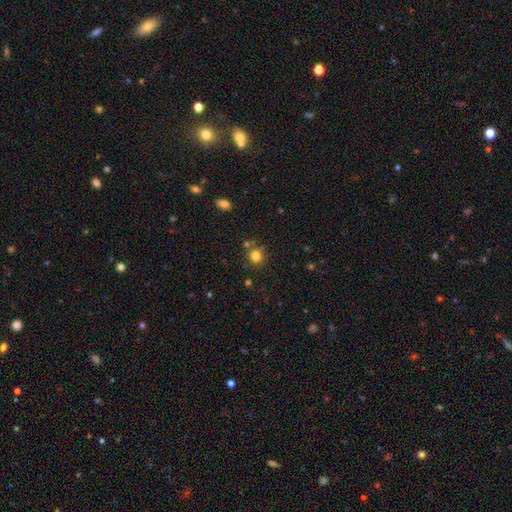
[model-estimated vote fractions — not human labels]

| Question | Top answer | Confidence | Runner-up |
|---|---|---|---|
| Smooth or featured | smooth | 80% | star or artifact (14%) |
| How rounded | round | 85% | in between (14%) |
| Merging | none | 73% | merger (12%) |